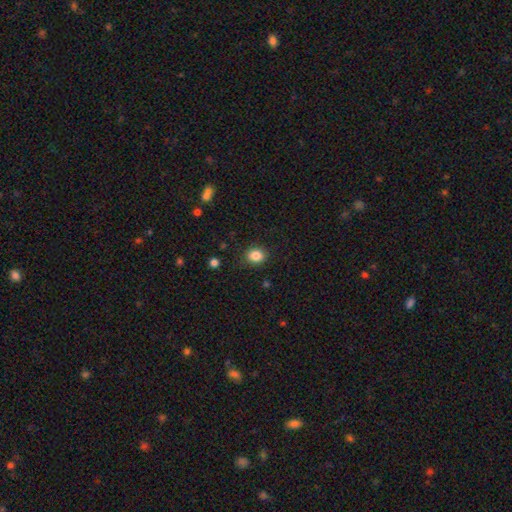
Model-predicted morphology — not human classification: Smooth or featured?
  - smooth: 85% *
  - star or artifact: 10%
  - featured or disk: 4%
How rounded?
  - round: 65% *
  - in between: 34%
  - cigar-shaped: 1%
Merging?
  - none: 87% *
  - minor disturbance: 9%
  - major disturbance: 3%
  - merger: 1%